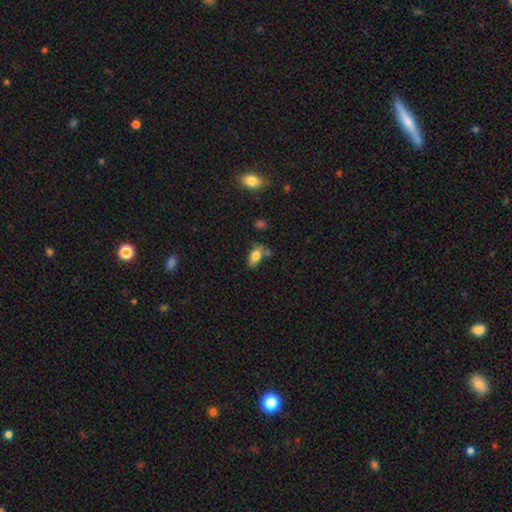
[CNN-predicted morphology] A smooth galaxy with no disk features (76%) that is in between round and cigar-shaped (87%).

Vote fractions:
- Smooth or featured? smooth: 76% / featured or disk: 15% / star or artifact: 9%
- How rounded? in between: 87% / cigar-shaped: 7% / round: 6%
- Merging? none: 54% / minor disturbance: 23% / merger: 16% / major disturbance: 8%